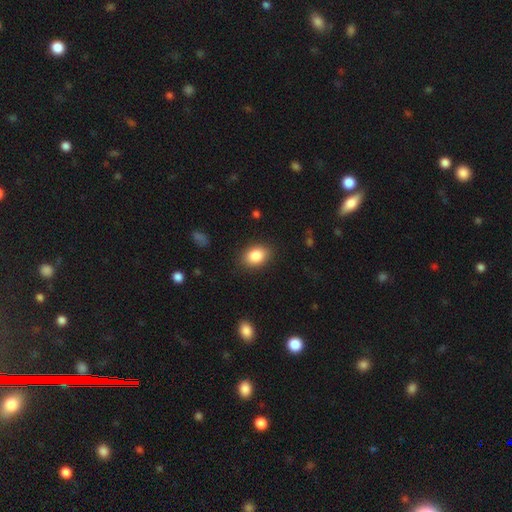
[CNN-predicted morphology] This is clearly a smooth galaxy (86%). How rounded: likely in between (75%). Merging: clearly none (87%).